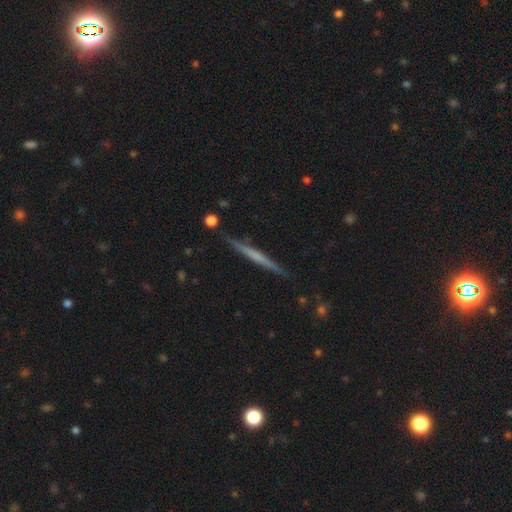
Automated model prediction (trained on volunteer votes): This is possibly a featured or disk galaxy (55%). It is clearly viewed edge-on (97%). Edge-on bulge: likely none (77%). Merging: clearly none (89%).